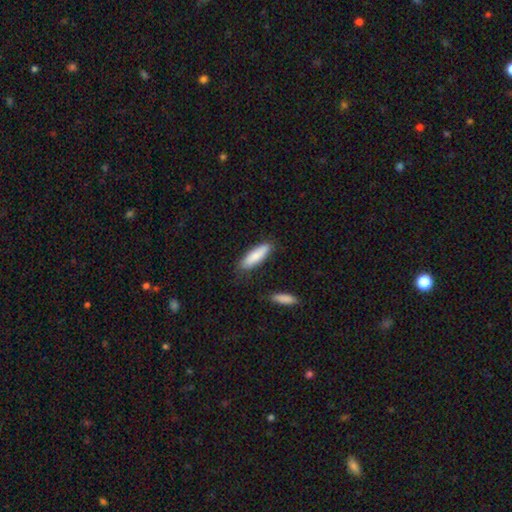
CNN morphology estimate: smooth-or-featured: smooth: 83% | featured or disk: 11% | star or artifact: 5%
  how-rounded: cigar-shaped: 55% | in between: 43% | round: 2%
  merging: none: 81% | minor disturbance: 13% | merger: 3% | major disturbance: 3%